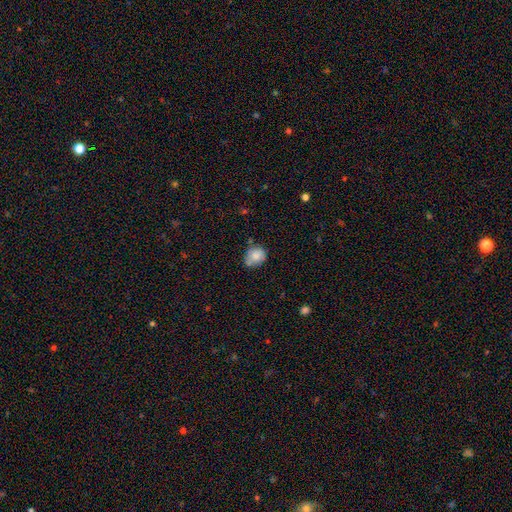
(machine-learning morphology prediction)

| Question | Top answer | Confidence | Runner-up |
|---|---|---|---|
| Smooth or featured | smooth | 79% | featured or disk (12%) |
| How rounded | round | 64% | in between (35%) |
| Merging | none | 55% | minor disturbance (28%) |